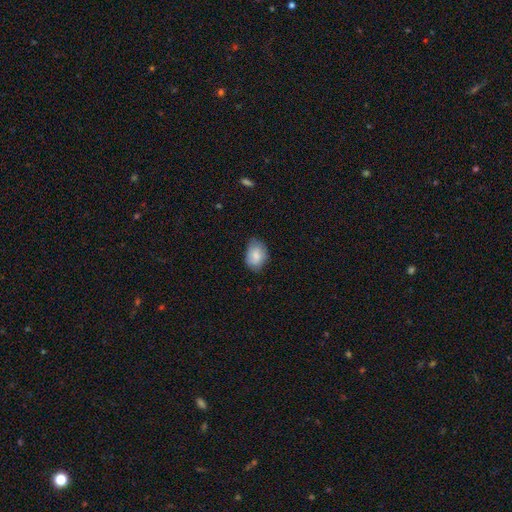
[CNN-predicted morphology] Smooth or featured? smooth (80%)
How rounded? in between (81%)
Merging? none (64%)